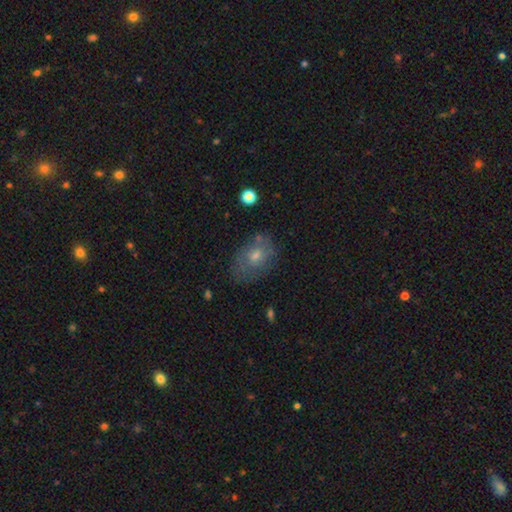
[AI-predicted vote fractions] A smooth galaxy with no disk features (57%) that is in between round and cigar-shaped (76%).

Vote fractions:
- Smooth or featured? smooth: 57% / featured or disk: 31% / star or artifact: 13%
- How rounded? in between: 76% / round: 22% / cigar-shaped: 2%
- Merging? none: 66% / minor disturbance: 22% / major disturbance: 8% / merger: 3%